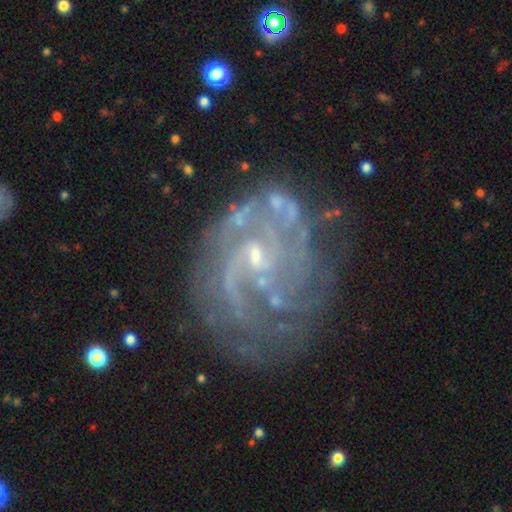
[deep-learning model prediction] A featured or disk galaxy (86%) with no bar (53%), 2 (31%, tied with can't tell) tight (46%) spiral arms (91%) and a small central bulge (74%). Merging: none (62%).